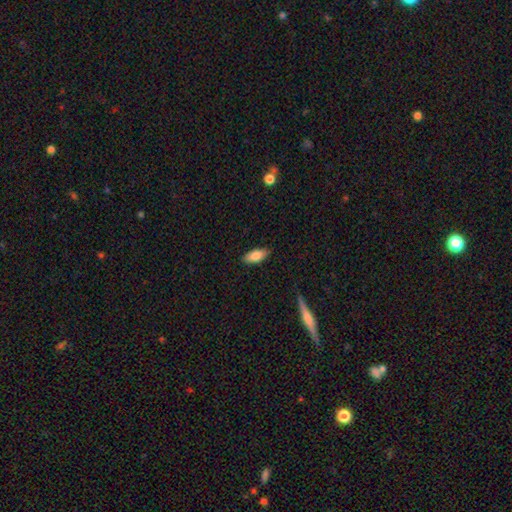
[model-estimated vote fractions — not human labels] Smooth or featured: smooth — 84% (featured or disk — 10%)
How rounded: in between — 84% (cigar-shaped — 14%)
Merging: none — 86% (minor disturbance — 11%)